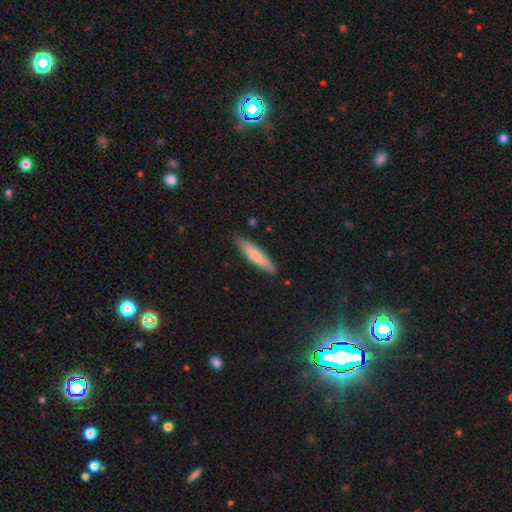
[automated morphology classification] Smooth or featured? smooth (71%)
How rounded? cigar-shaped (82%)
Merging? none (86%)